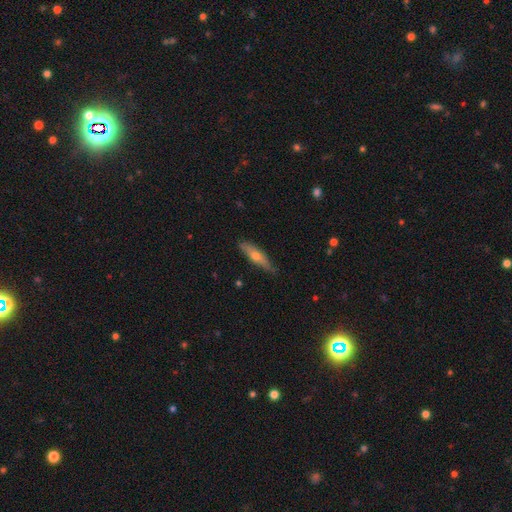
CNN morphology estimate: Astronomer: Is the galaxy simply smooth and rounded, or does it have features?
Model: smooth — 54% (runner-up: featured or disk, 40%).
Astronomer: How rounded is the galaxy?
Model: cigar-shaped — 73%.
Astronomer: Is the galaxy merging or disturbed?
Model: none — 75%.